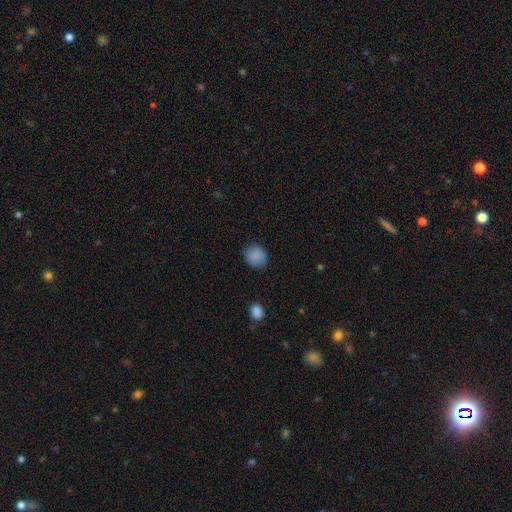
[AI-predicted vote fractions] The model was most divided on "how rounded": round: 79%, in between: 20%, cigar-shaped: 1%. More confident: smooth or featured — smooth (87%); merging — none (85%).